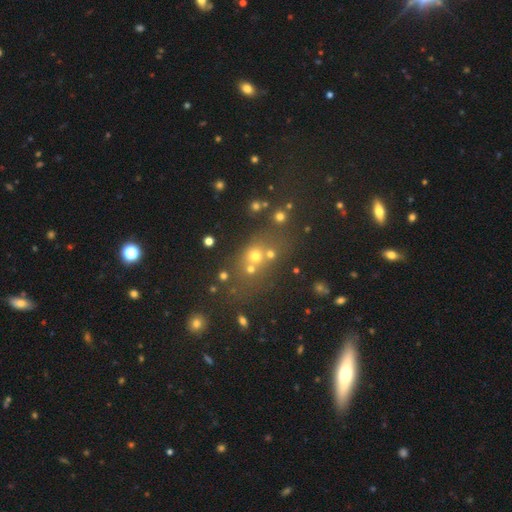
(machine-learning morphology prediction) Q: Smooth or featured?
A: smooth (48%); runner-up: star or artifact (35%)
Q: Merging?
A: none (49%); runner-up: merger (35%)